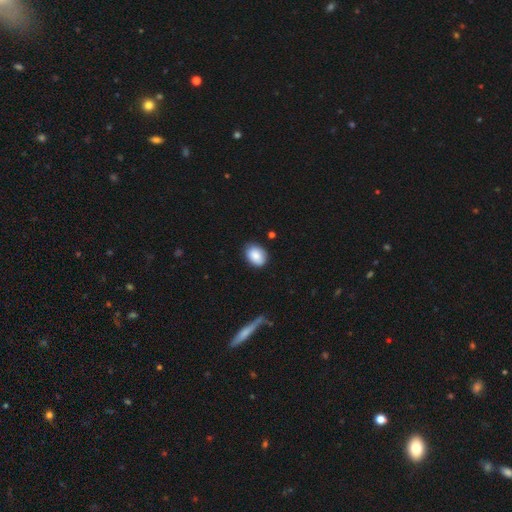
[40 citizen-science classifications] smooth-or-featured: smooth: 88% | star or artifact: 10% | featured or disk: 2%
  how-rounded: in between: 80% | round: 20% | cigar-shaped: 0%
  merging: none: 81% | minor disturbance: 17% | merger: 3% | major disturbance: 0%